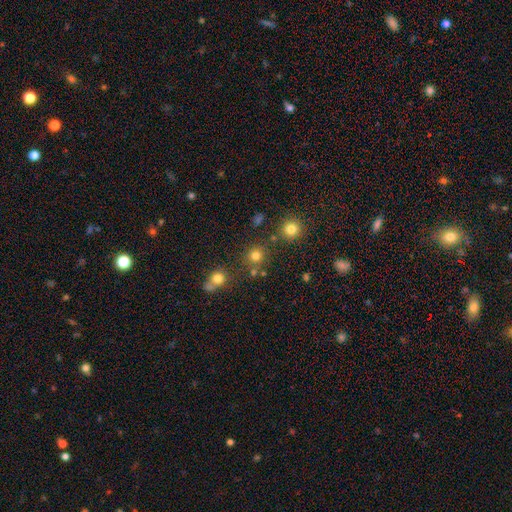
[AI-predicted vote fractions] smooth_or_featured: smooth (p=0.77) [alt: star or artifact p=0.17]
how_rounded: round (p=0.89) [alt: in between p=0.10]
merging: none (p=0.75) [alt: merger p=0.12]